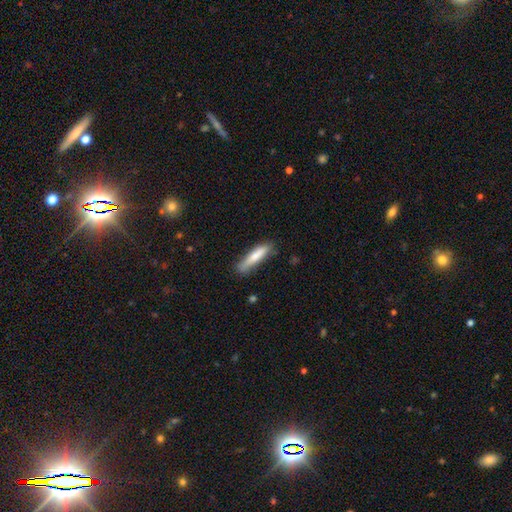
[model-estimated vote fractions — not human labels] This is likely a smooth galaxy (75%). How rounded: clearly cigar-shaped (81%). Merging: likely none (73%).